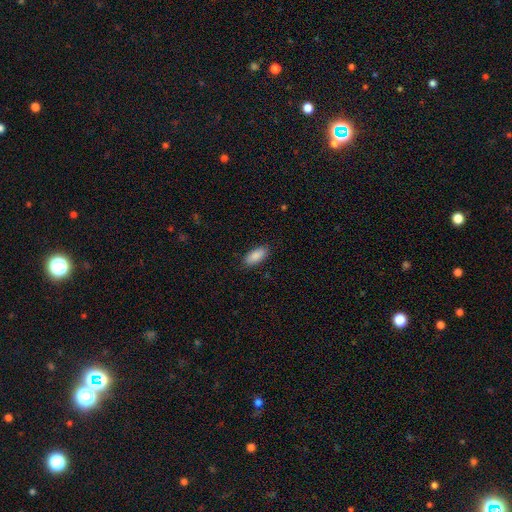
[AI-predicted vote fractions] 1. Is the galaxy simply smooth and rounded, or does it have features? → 89% smooth, 6% star or artifact, 5% featured or disk.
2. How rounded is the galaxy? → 86% in between, 12% cigar-shaped, 2% round.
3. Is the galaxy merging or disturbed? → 86% none, 10% minor disturbance, 2% major disturbance, 1% merger.